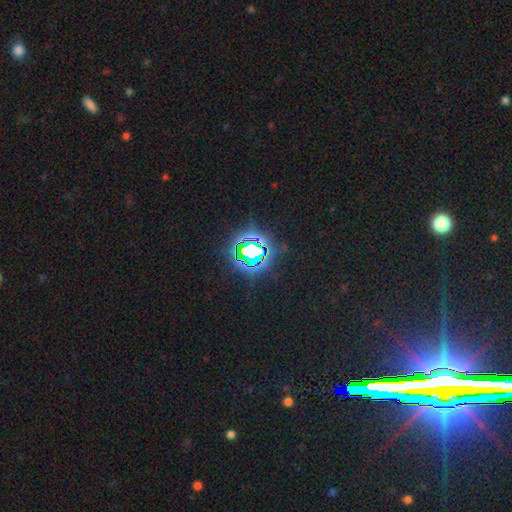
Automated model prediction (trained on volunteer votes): Q: Smooth or featured?
A: star or artifact (74%); runner-up: smooth (15%)